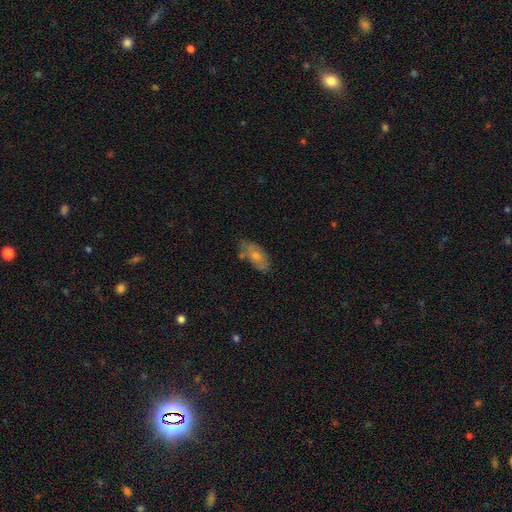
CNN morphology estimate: Q: Smooth or featured?
A: smooth (52%); runner-up: featured or disk (38%)
Q: How rounded?
A: in between (83%); runner-up: cigar-shaped (12%)
Q: Merging?
A: none (67%); runner-up: minor disturbance (22%)